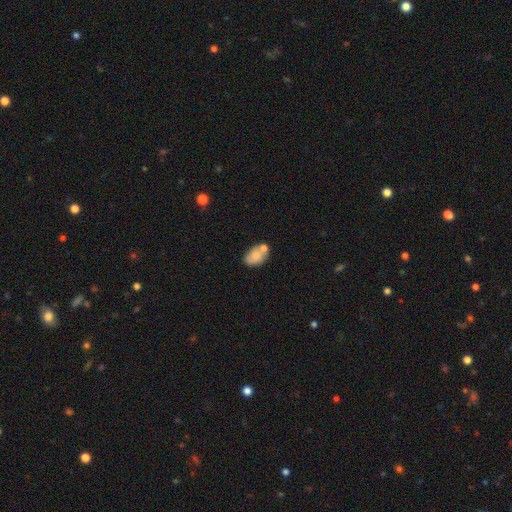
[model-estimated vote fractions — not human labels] Overall: smooth (74%). How rounded: in between (88%). Merging: none (47%; merger 28%).